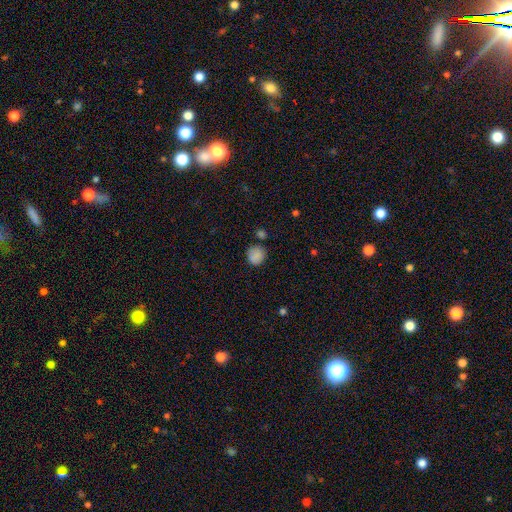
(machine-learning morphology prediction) A smooth galaxy with no disk features (85%) that is round (84%). Merging: none (72%).